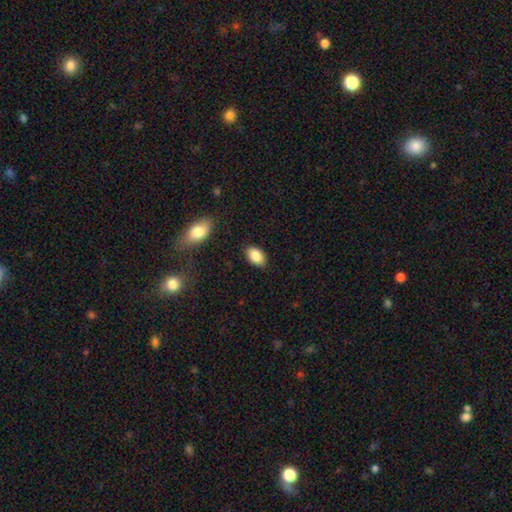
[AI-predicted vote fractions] smooth-or-featured: smooth: 86% | star or artifact: 7% | featured or disk: 7%
  how-rounded: in between: 91% | round: 7% | cigar-shaped: 2%
  merging: none: 86% | minor disturbance: 10% | major disturbance: 2% | merger: 2%